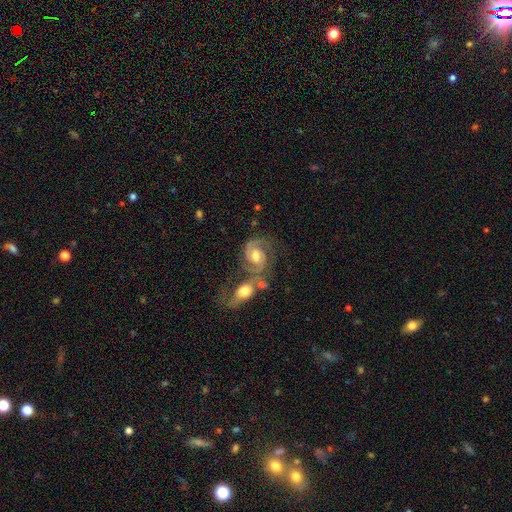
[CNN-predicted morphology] smooth_or_featured: smooth (p=0.43) [alt: featured or disk p=0.39]
merging: merger (p=0.64) [alt: none p=0.22]